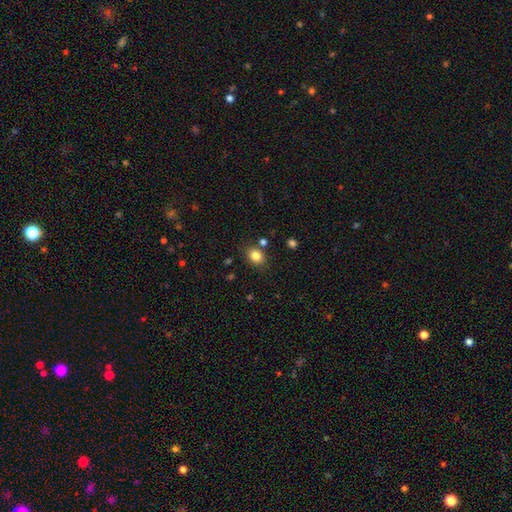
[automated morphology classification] Q: Smooth or featured?
A: smooth (83%); runner-up: star or artifact (11%)
Q: How rounded?
A: in between (51%); runner-up: round (48%)
Q: Merging?
A: none (80%); runner-up: minor disturbance (11%)